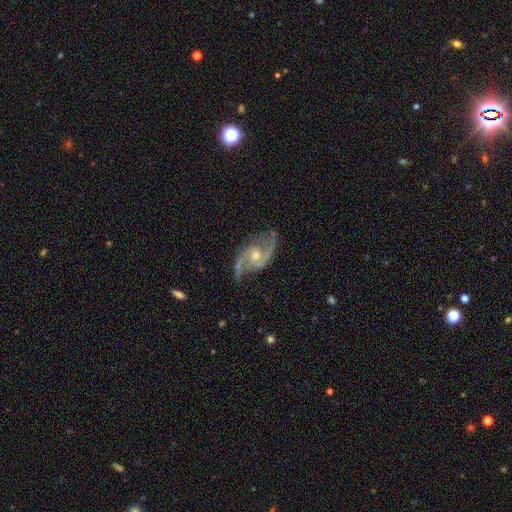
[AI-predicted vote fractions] smooth-or-featured: featured or disk: 92% | star or artifact: 5% | smooth: 4%
  disk-edge-on: no: 97% | yes: 3%
    bar: no: 59% | weak: 34% | strong: 7%
    has-spiral-arms: yes: 98% | no: 2%
      spiral-winding: medium: 50% | loose: 39% | tight: 11%
      spiral-arm-count: 2: 92% | 3: 2% | can't tell: 2% | 1: 1% | 4: 1% | more than 4: 1%
    bulge-size: moderate: 58% | small: 36% | large: 3% | none: 2% | dominant: 1%
  merging: none: 76% | minor disturbance: 16% | major disturbance: 6% | merger: 2%